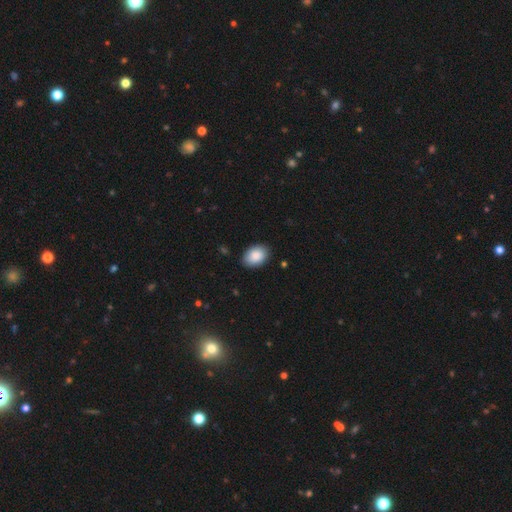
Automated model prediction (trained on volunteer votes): The model was most divided on "how rounded": in between: 84%, round: 15%, cigar-shaped: 1%. More confident: smooth or featured — smooth (89%); merging — none (86%).